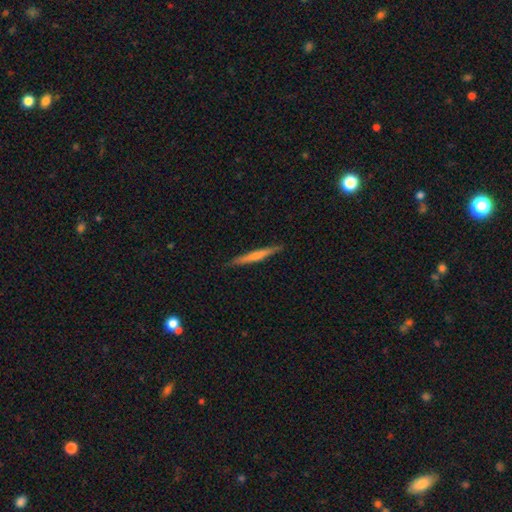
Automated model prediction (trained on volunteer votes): A smooth galaxy with no disk features (55%) that is cigar-shaped (96%). Merging: none (88%).